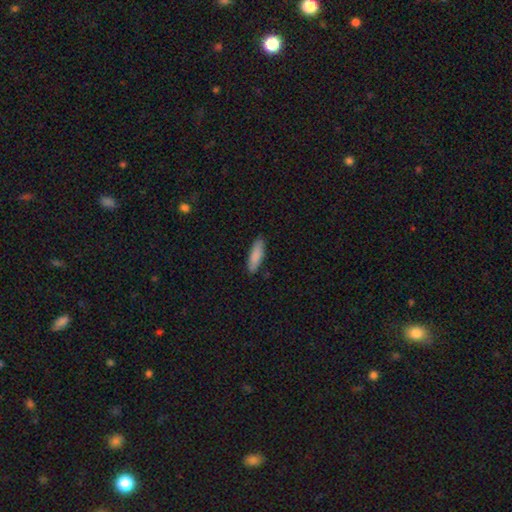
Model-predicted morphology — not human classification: The model was most divided on "how rounded": cigar-shaped: 52%, in between: 46%, round: 1%. More confident: smooth or featured — smooth (87%); merging — none (87%).